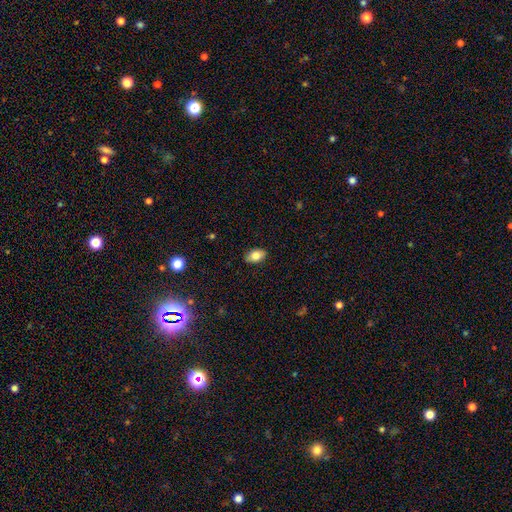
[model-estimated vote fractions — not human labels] smooth 82%, featured or disk 10%, star or artifact 8%. Down the decision tree: how rounded — in between (91%); merging — none (87%).